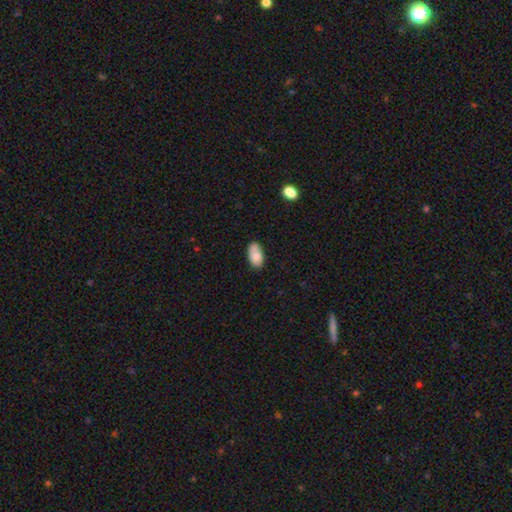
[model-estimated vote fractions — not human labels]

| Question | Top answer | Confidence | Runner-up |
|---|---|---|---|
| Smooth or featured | smooth | 78% | featured or disk (15%) |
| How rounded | in between | 92% | round (5%) |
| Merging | none | 58% | minor disturbance (24%) |